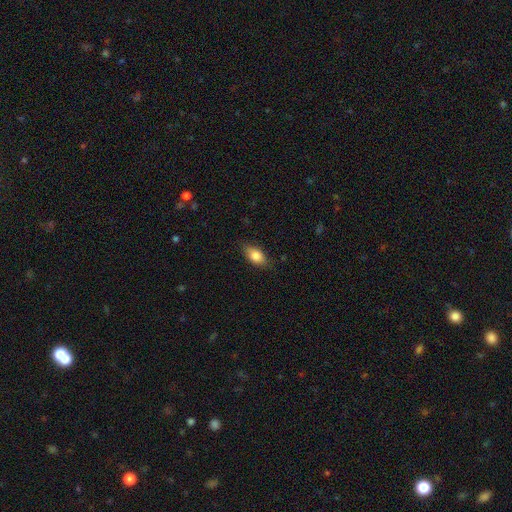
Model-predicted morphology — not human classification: A smooth galaxy with no disk features (80%) that is in between round and cigar-shaped (85%).

Vote fractions:
- Smooth or featured? smooth: 80% / featured or disk: 13% / star or artifact: 7%
- How rounded? in between: 85% / cigar-shaped: 9% / round: 6%
- Merging? none: 79% / minor disturbance: 16% / major disturbance: 3% / merger: 1%